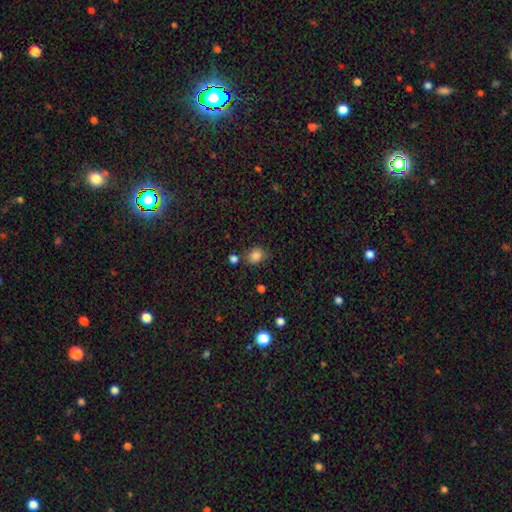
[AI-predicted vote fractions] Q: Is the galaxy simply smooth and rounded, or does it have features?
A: smooth — 84%.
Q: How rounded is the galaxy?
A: round — 55%.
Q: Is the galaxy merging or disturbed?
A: none — 71%.